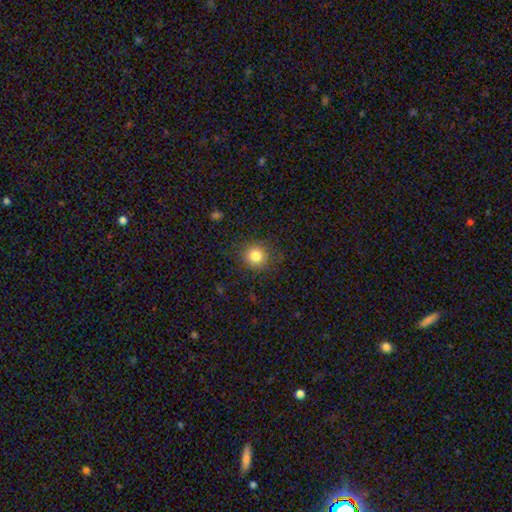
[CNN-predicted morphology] type=smooth (82%); roundness=round (91%); merging=none (86%).